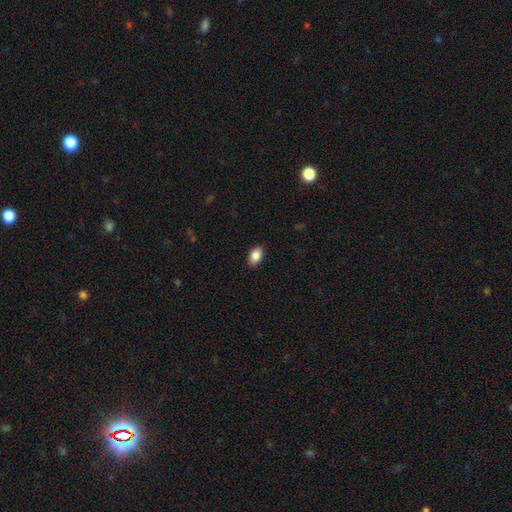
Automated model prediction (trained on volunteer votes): Morphology: type=smooth (88%); roundness=in between (92%); merging=none (88%).